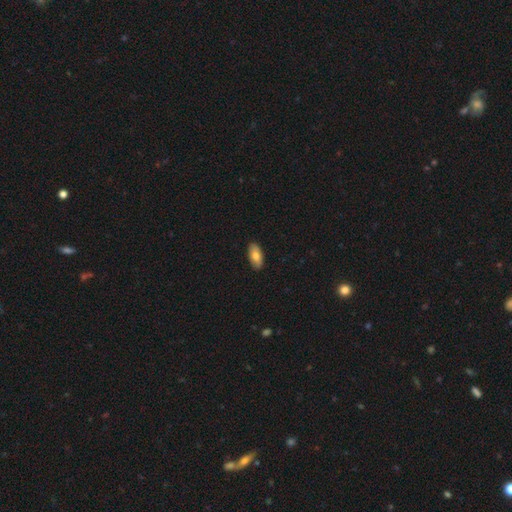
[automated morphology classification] Smooth or featured? smooth (76%)
How rounded? in between (91%)
Merging? none (89%)